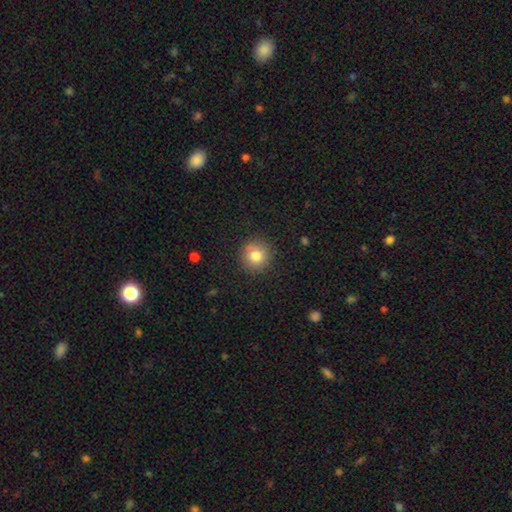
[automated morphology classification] A smooth galaxy with no disk features (82%) that is round (93%). Merging: none (88%).